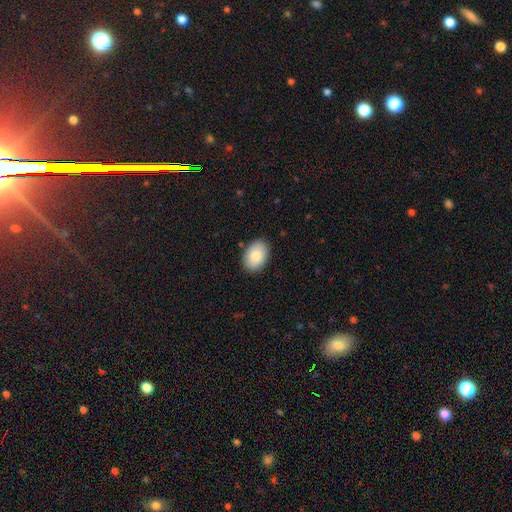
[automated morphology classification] smooth 86%, featured or disk 8%, star or artifact 6%. Down the decision tree: how rounded — in between (83%); merging — none (87%).